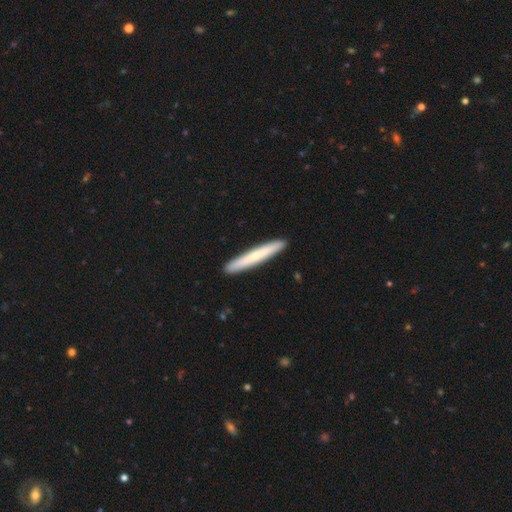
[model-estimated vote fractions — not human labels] Overall: smooth (67%; featured or disk 28%). How rounded: cigar-shaped (96%). Merging: none (92%).